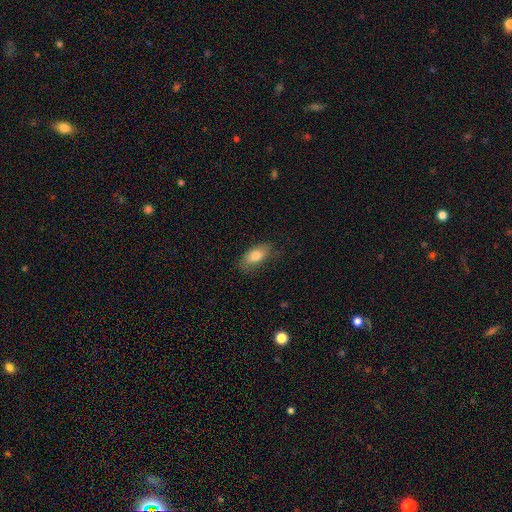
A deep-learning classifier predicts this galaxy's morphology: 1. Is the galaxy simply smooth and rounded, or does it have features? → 80% smooth, 13% featured or disk, 7% star or artifact.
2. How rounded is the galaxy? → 89% in between, 7% cigar-shaped, 4% round.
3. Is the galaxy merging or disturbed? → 71% none, 22% minor disturbance, 6% major disturbance, 1% merger.